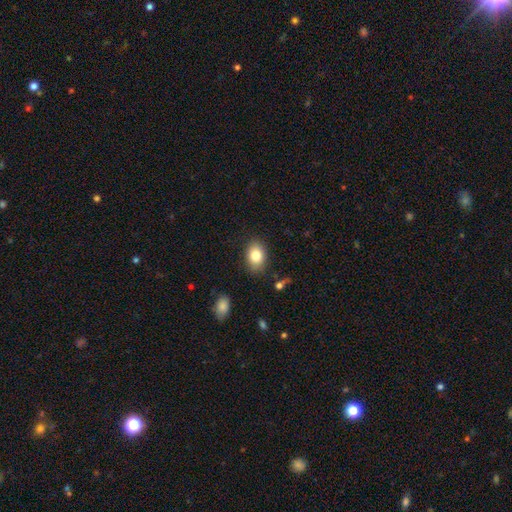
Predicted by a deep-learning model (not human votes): Smooth or featured? Predicted: smooth (p=0.82). How rounded? Predicted: in between (p=0.77). Merging? Predicted: none (p=0.85).